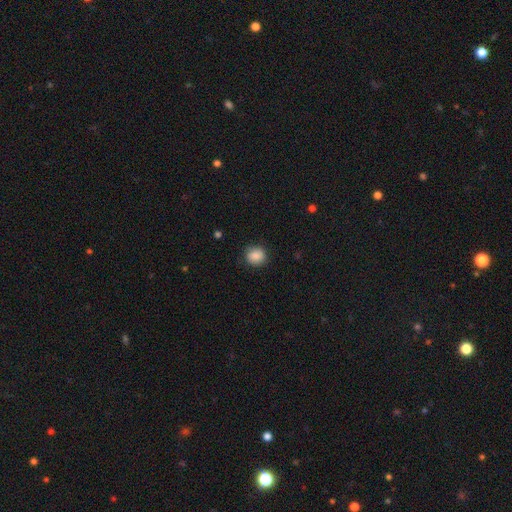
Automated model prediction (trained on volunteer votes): Smooth or featured: smooth — 86% (star or artifact — 8%)
How rounded: round — 78% (in between — 21%)
Merging: none — 84% (minor disturbance — 12%)